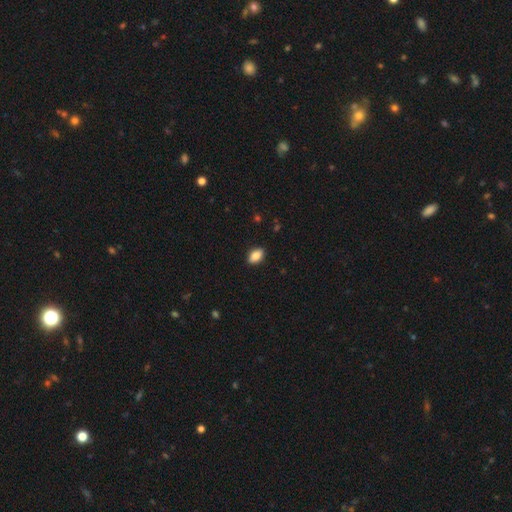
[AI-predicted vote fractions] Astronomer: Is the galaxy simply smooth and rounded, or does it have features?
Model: smooth — 85%.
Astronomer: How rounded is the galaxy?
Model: in between — 88%.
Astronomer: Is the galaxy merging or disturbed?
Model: none — 89%.